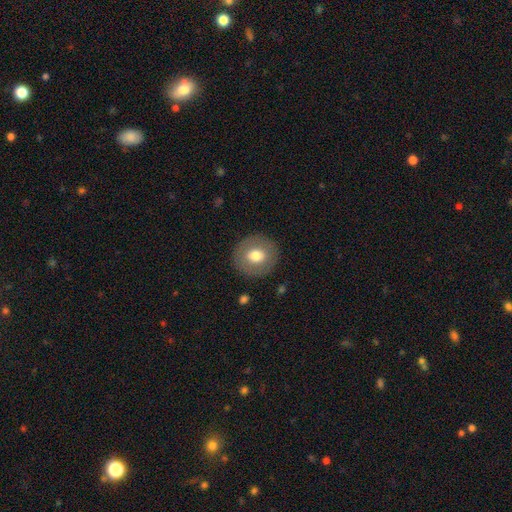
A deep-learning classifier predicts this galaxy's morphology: A smooth galaxy with no disk features (69%) that is round (89%).

Vote fractions:
- Smooth or featured? smooth: 69% / featured or disk: 24% / star or artifact: 8%
- How rounded? round: 89% / in between: 10% / cigar-shaped: 1%
- Merging? none: 89% / minor disturbance: 7% / major disturbance: 3% / merger: 1%